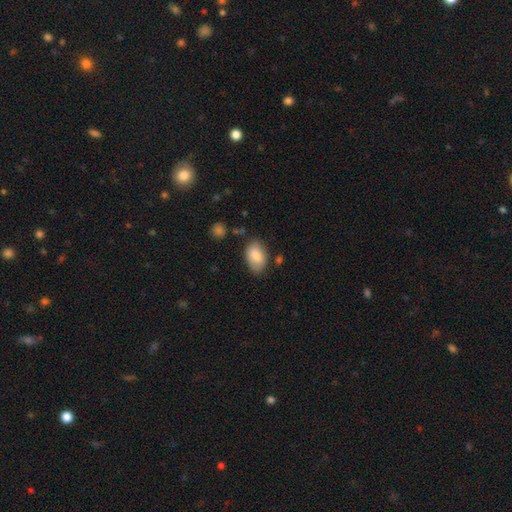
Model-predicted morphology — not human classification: Smooth or featured?
  - smooth: 83% *
  - featured or disk: 11%
  - star or artifact: 7%
How rounded?
  - in between: 91% *
  - round: 8%
  - cigar-shaped: 1%
Merging?
  - none: 77% *
  - minor disturbance: 17%
  - major disturbance: 4%
  - merger: 3%